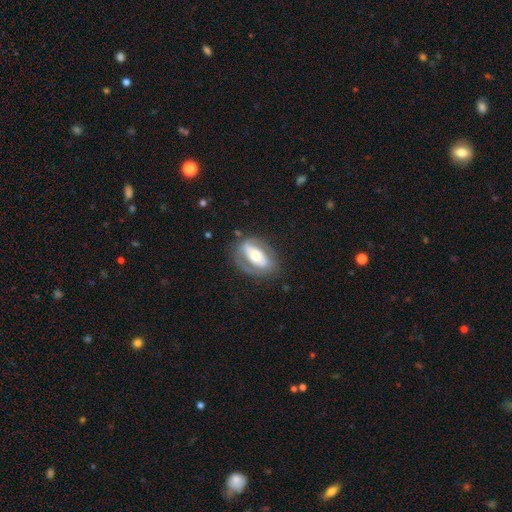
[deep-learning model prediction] smooth_or_featured: featured or disk (p=0.66) [alt: smooth p=0.28]
disk_edge_on: no (p=0.89) [alt: yes p=0.11]
bar: no (p=0.40) [alt: strong p=0.38]
has_spiral_arms: yes (p=0.52) [alt: no p=0.48]
bulge_size: moderate (p=0.64) [alt: large p=0.17]
merging: none (p=0.68) [alt: minor disturbance p=0.19]